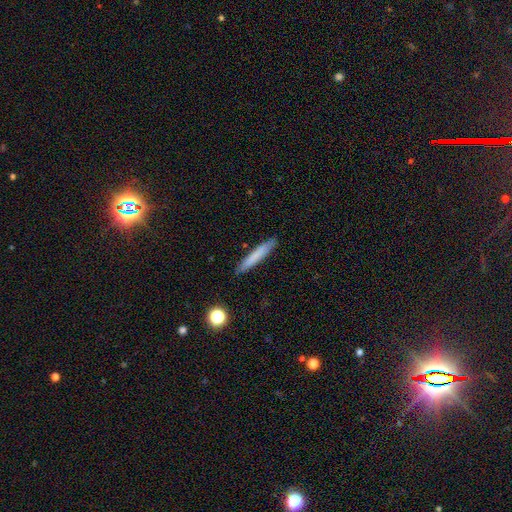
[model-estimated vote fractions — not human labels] Smooth or featured: smooth — 76% (featured or disk — 17%)
How rounded: cigar-shaped — 94% (in between — 4%)
Merging: none — 89% (minor disturbance — 8%)